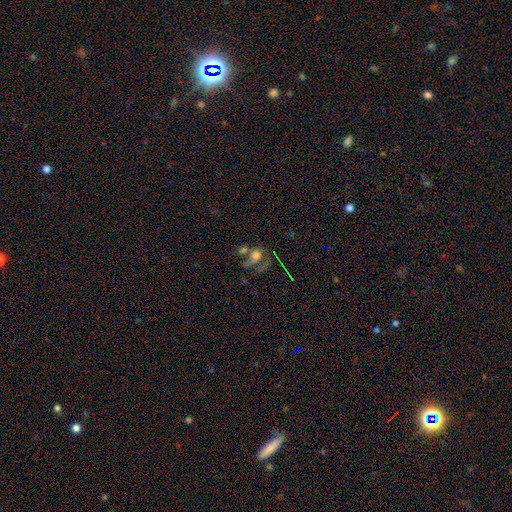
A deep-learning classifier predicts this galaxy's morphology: type=smooth (49%); merging=merger (42%).